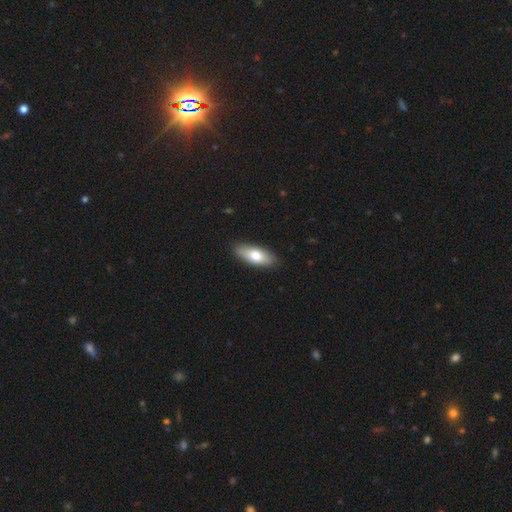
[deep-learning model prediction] Smooth or featured? Predicted: smooth (p=0.73). How rounded? Predicted: in between (p=0.73). Merging? Predicted: none (p=0.89).